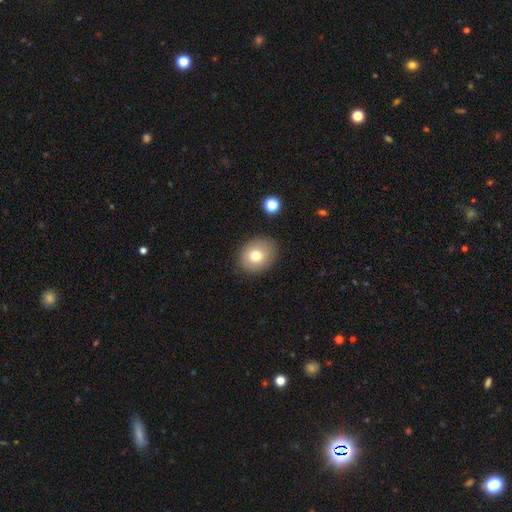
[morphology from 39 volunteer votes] A smooth galaxy with no disk features (79%) that is in between round and cigar-shaped (55%). Merging: none (85%).